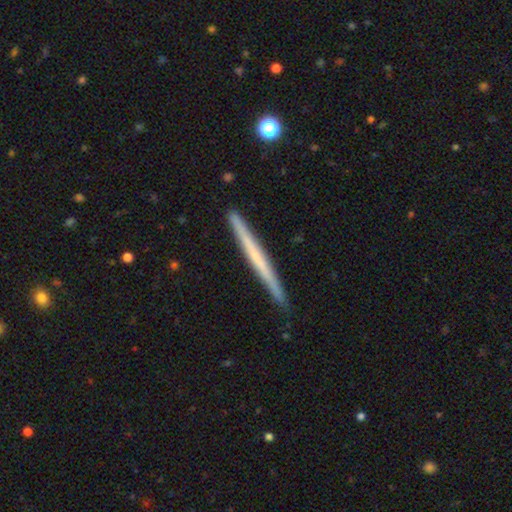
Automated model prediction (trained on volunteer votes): Smooth or featured? featured or disk (50%)
Merging? none (89%)